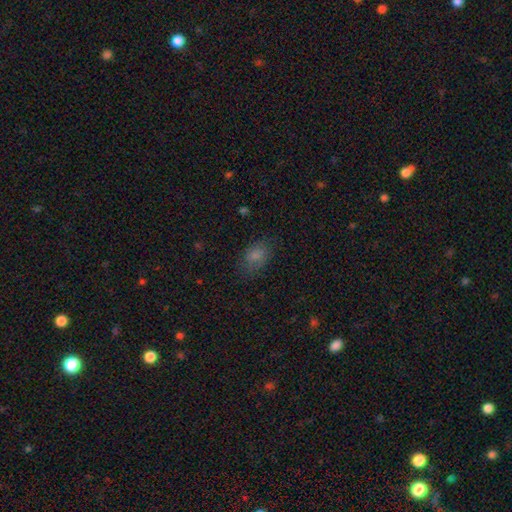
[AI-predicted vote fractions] Overall: smooth (77%). How rounded: in between (80%). Merging: none (68%).